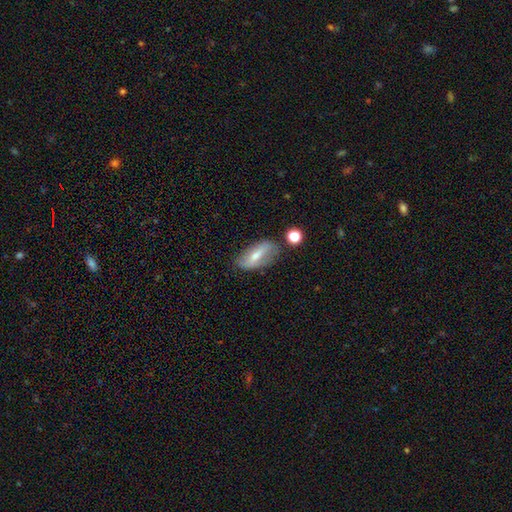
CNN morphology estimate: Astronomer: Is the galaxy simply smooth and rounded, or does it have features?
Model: smooth — 52% (runner-up: featured or disk, 40%).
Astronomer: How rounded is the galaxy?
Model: in between — 79%.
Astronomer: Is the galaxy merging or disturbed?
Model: none — 67%.